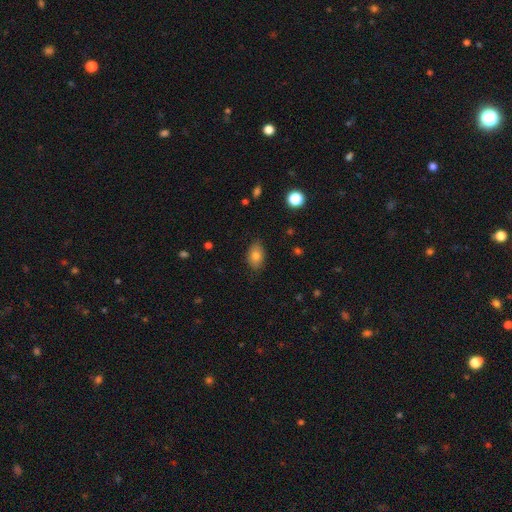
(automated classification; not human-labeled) Morphology: type=smooth (79%); roundness=in between (86%); merging=none (83%).